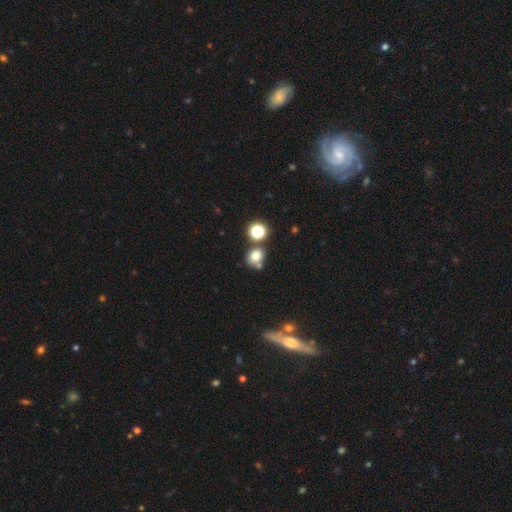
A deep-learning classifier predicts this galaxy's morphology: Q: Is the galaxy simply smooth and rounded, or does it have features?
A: smooth — 76%.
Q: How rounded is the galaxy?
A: round — 70%.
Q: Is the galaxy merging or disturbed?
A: none — 62%.